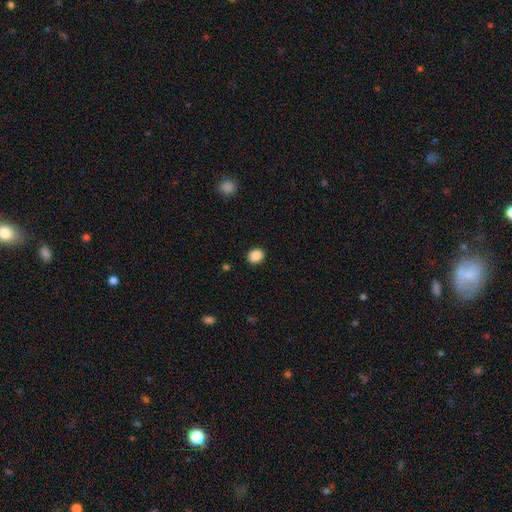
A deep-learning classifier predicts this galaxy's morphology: Smooth or featured: smooth — 88% (star or artifact — 9%)
How rounded: round — 59% (in between — 40%)
Merging: none — 90% (minor disturbance — 6%)